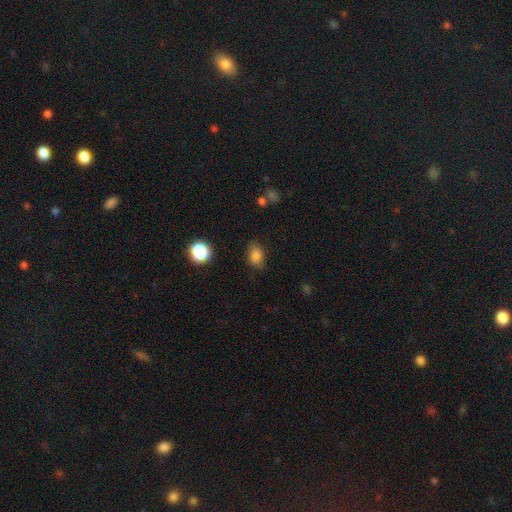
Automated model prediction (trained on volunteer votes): A smooth galaxy with no disk features (83%) that is in between round and cigar-shaped (75%). Merging: none (77%).